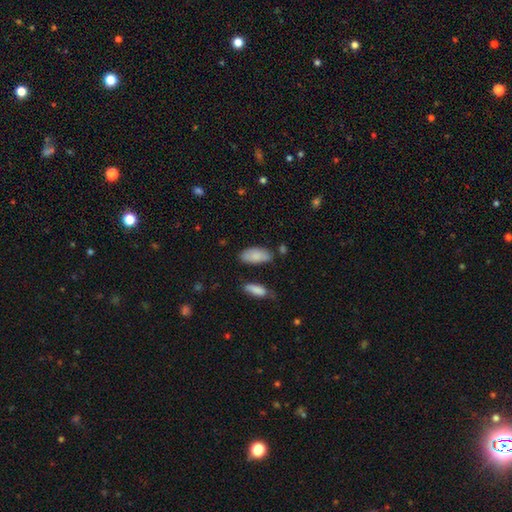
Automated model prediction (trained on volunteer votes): Smooth or featured? Predicted: smooth (p=0.86). How rounded? Predicted: in between (p=0.89). Merging? Predicted: none (p=0.72).